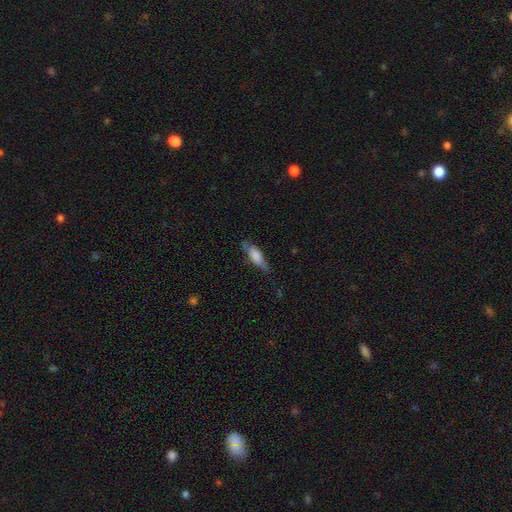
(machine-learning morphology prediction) type=smooth (68%); roundness=in between (51%); merging=none (63%).